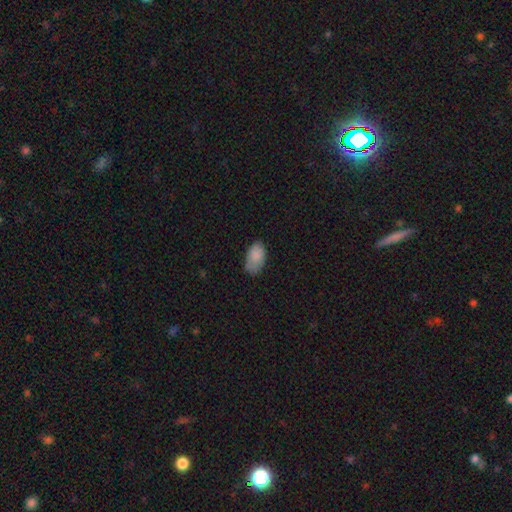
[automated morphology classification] smooth 85%, featured or disk 7%, star or artifact 7%. Down the decision tree: how rounded — in between (94%); merging — none (69%).